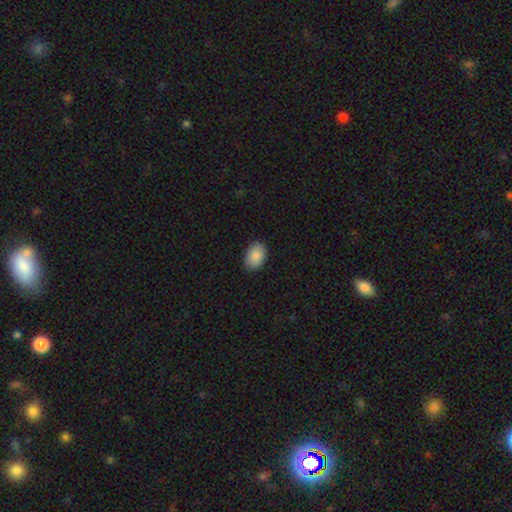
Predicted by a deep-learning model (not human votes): A smooth galaxy with no disk features (88%) that is in between round and cigar-shaped (85%). Merging: none (84%).